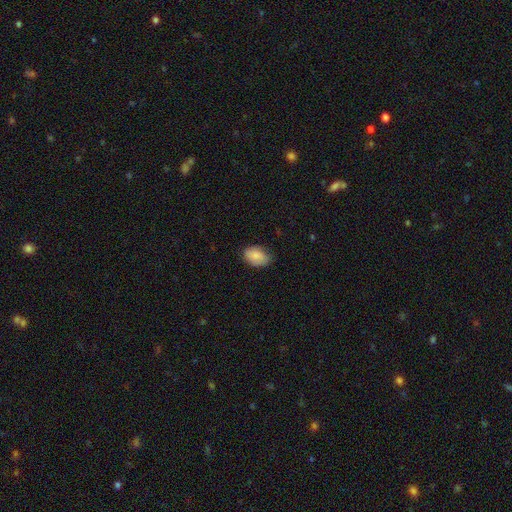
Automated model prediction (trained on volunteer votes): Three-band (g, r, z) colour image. It shows a smooth galaxy with no disk features (85%) that is in between round and cigar-shaped (88%). Merging: none (73%).